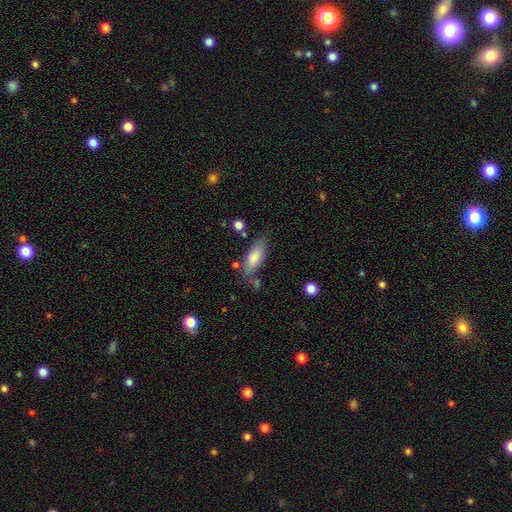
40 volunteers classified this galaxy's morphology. Smooth or featured? smooth (70%)
How rounded? in between (68%)
Merging? none (75%)